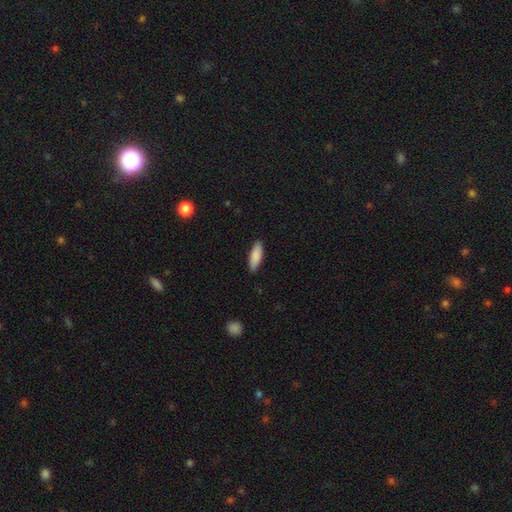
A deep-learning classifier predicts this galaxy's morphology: This is clearly a smooth galaxy (87%). How rounded: possibly in between (60%). Merging: clearly none (86%).